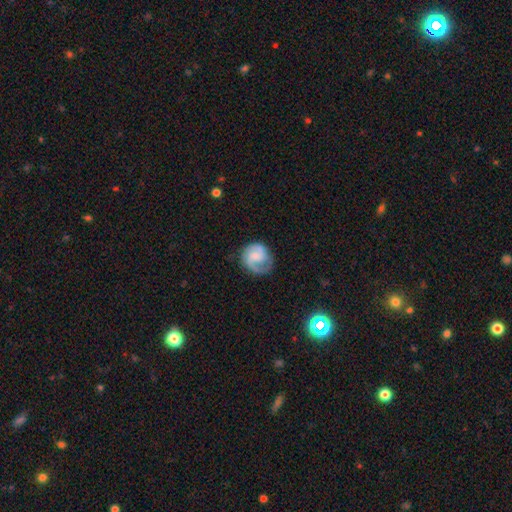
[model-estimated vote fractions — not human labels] smooth_or_featured: featured or disk (p=0.70) [alt: smooth p=0.24]
disk_edge_on: no (p=0.98) [alt: yes p=0.02]
bar: no (p=0.55) [alt: weak p=0.38]
has_spiral_arms: yes (p=0.94) [alt: no p=0.06]
spiral_winding: medium (p=0.47) [alt: tight p=0.34]
spiral_arm_count: 2 (p=0.72) [alt: 1 p=0.14]
bulge_size: small (p=0.35) [alt: none p=0.29]
merging: none (p=0.70) [alt: minor disturbance p=0.19]